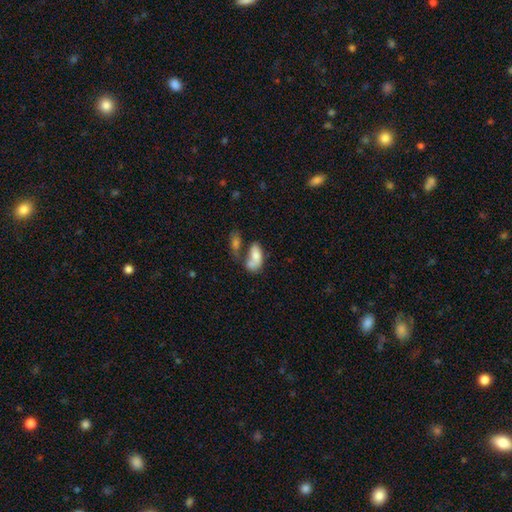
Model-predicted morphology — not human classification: type=smooth (69%); roundness=in between (89%); merging=merger (53%).